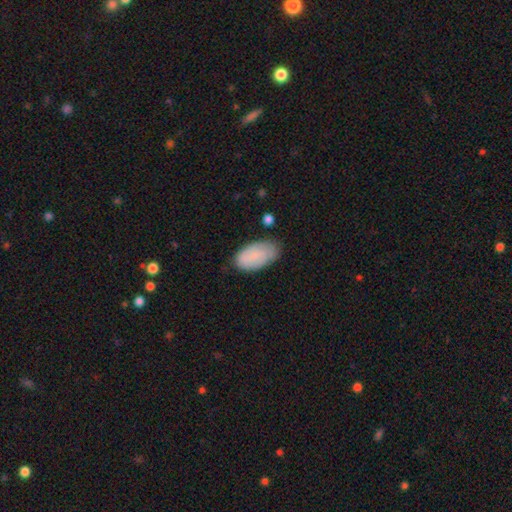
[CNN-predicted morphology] Smooth or featured? Predicted: smooth (p=0.77). How rounded? Predicted: in between (p=0.95). Merging? Predicted: none (p=0.66).